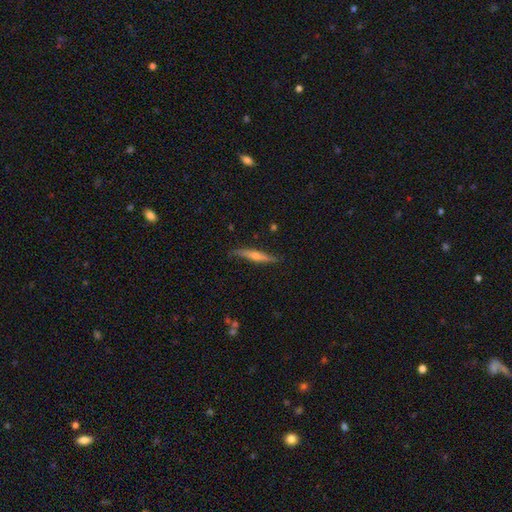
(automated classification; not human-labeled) featured or disk 68%, smooth 25%, star or artifact 7%. Down the decision tree: edge-on disk — yes (95%); edge-on bulge — rounded (84%); merging — none (84%).